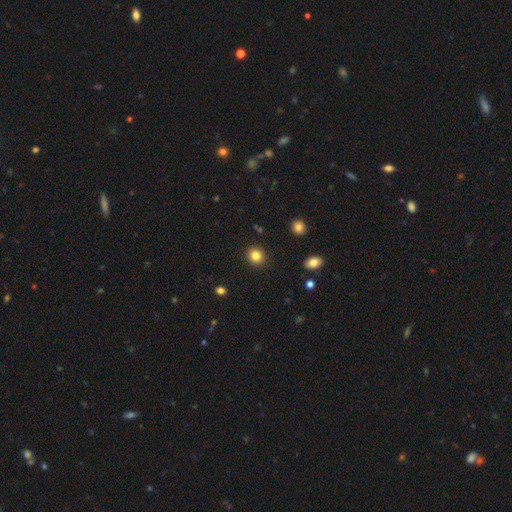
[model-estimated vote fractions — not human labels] This appears to be a smooth galaxy with no disk features (84%) that is round (85%). Merging: none (91%).